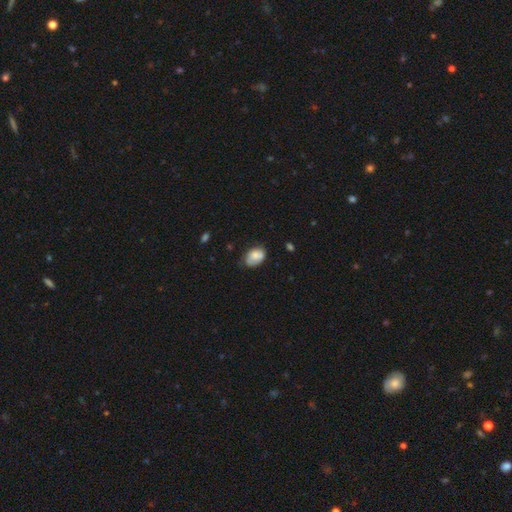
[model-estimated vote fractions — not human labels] Smooth or featured: smooth — 73% (featured or disk — 19%)
How rounded: in between — 79% (round — 19%)
Merging: none — 53% (minor disturbance — 33%)